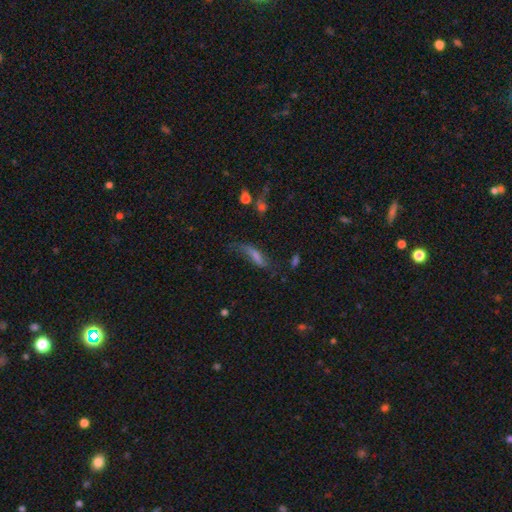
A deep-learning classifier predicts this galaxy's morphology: Smooth or featured? smooth (43%)
Merging? none (45%)